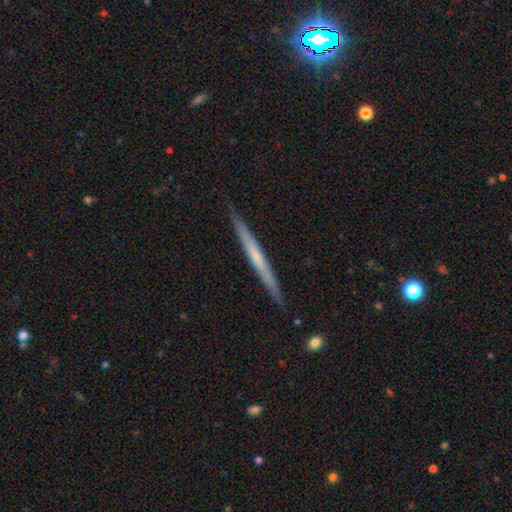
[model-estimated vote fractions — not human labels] Overall: featured or disk (53%; smooth 42%). Edge-on disk: yes (97%). Edge-on bulge: none (81%). Merging: none (90%).